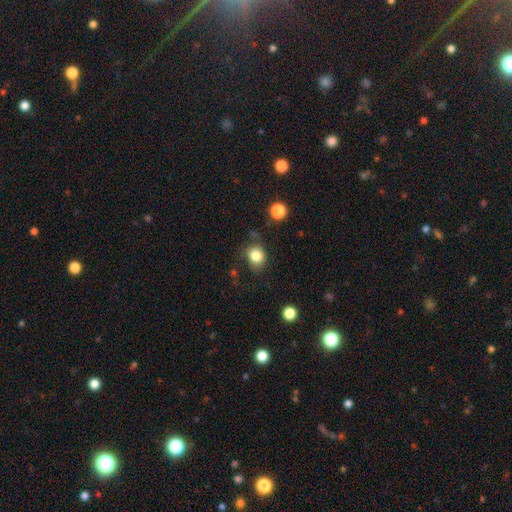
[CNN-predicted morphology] Smooth or featured? smooth (83%)
How rounded? round (64%)
Merging? none (70%)